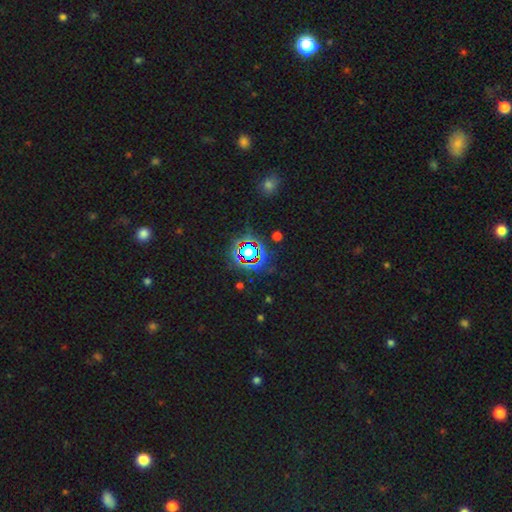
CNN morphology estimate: Smooth or featured?
  - star or artifact: 77% *
  - smooth: 15%
  - featured or disk: 9%